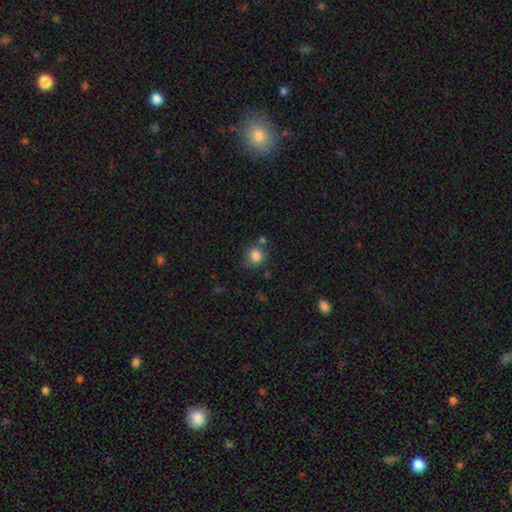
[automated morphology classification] smooth 84%, star or artifact 10%, featured or disk 5%. Down the decision tree: how rounded — round (83%); merging — none (71%).